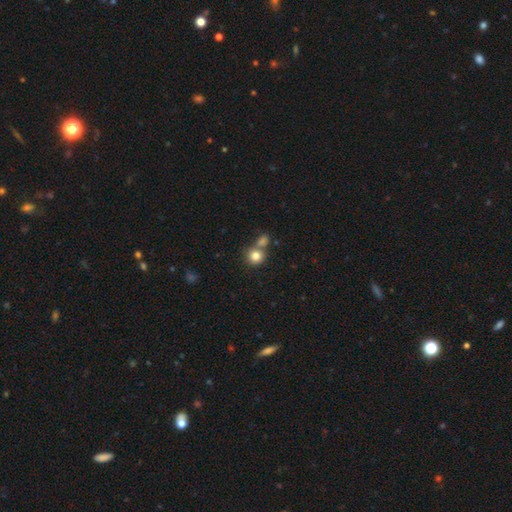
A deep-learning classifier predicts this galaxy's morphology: A smooth galaxy with no disk features (82%) that is round (86%). Merging: none (53%).